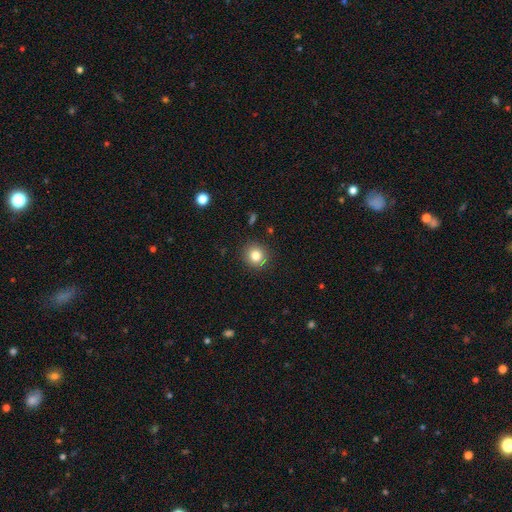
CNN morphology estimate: A smooth galaxy with no disk features (81%) that is round (89%). Merging: none (90%).